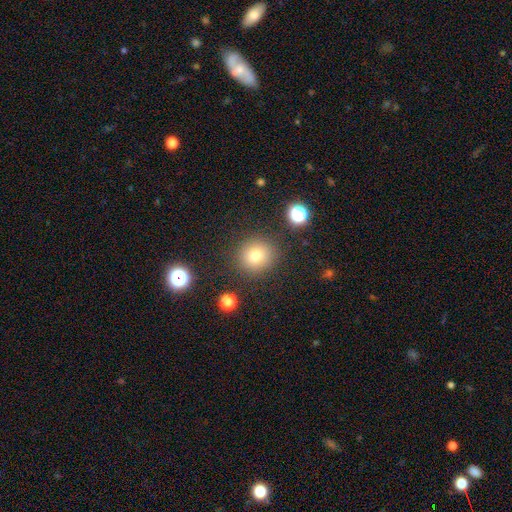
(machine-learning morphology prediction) type=smooth (77%); roundness=round (91%); merging=none (87%).